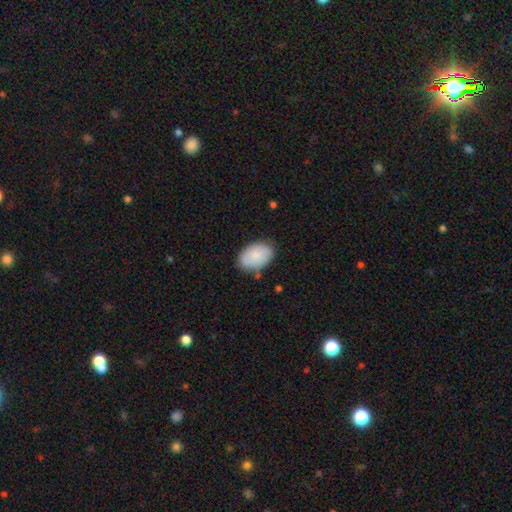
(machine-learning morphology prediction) Smooth or featured? Predicted: smooth (p=0.83). How rounded? Predicted: in between (p=0.90). Merging? Predicted: none (p=0.78).